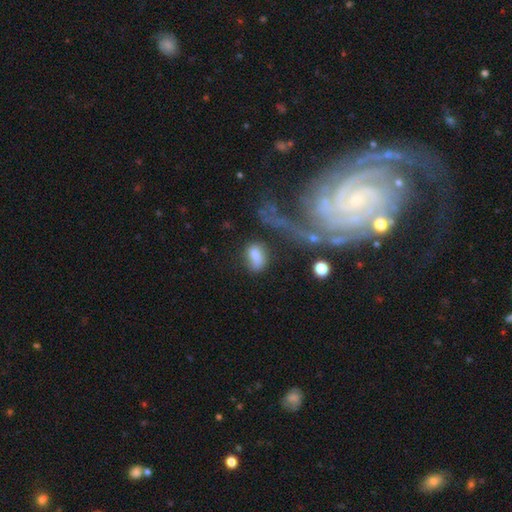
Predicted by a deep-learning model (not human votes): Q: Smooth or featured?
A: smooth (78%); runner-up: featured or disk (12%)
Q: How rounded?
A: in between (82%); runner-up: round (15%)
Q: Merging?
A: none (55%); runner-up: minor disturbance (24%)